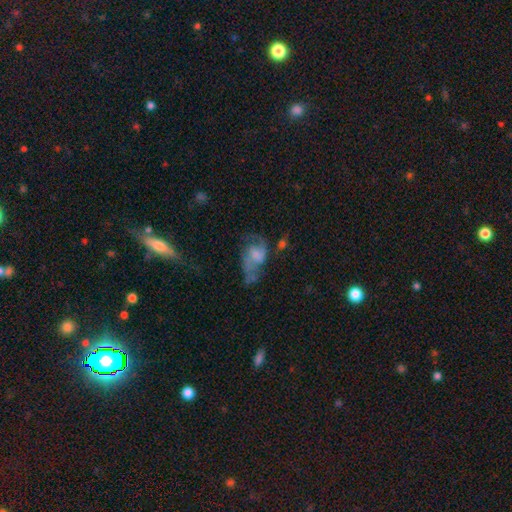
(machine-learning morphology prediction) Q: Smooth or featured?
A: featured or disk (63%); runner-up: smooth (27%)
Q: Edge-on disk?
A: no (96%); runner-up: yes (4%)
Q: Bar?
A: no (48%); runner-up: weak (41%)
Q: Spiral arms?
A: yes (78%); runner-up: no (22%)
Q: Bulge size?
A: none (34%); runner-up: small (28%)
Q: Merging?
A: major disturbance (36%); runner-up: none (34%)